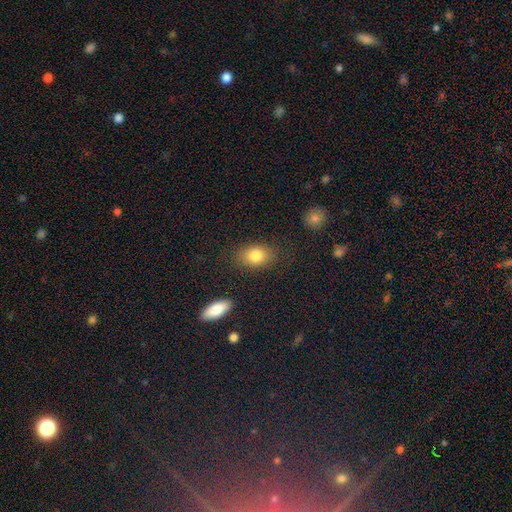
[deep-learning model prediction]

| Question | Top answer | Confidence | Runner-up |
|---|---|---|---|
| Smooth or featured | smooth | 82% | featured or disk (9%) |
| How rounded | in between | 77% | round (21%) |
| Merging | none | 81% | minor disturbance (13%) |